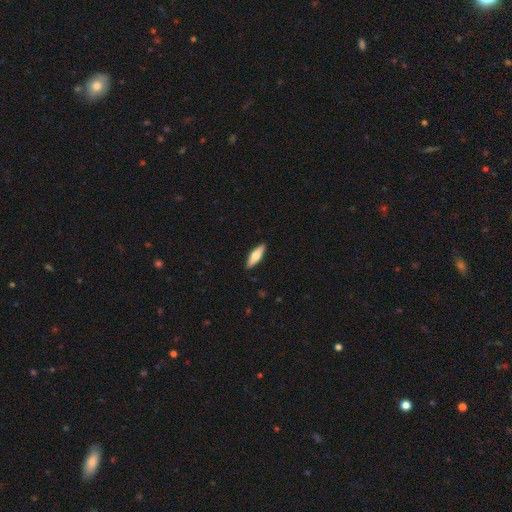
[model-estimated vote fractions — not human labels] smooth 61%, featured or disk 33%, star or artifact 5%. Down the decision tree: how rounded — cigar-shaped (54%); merging — none (90%).